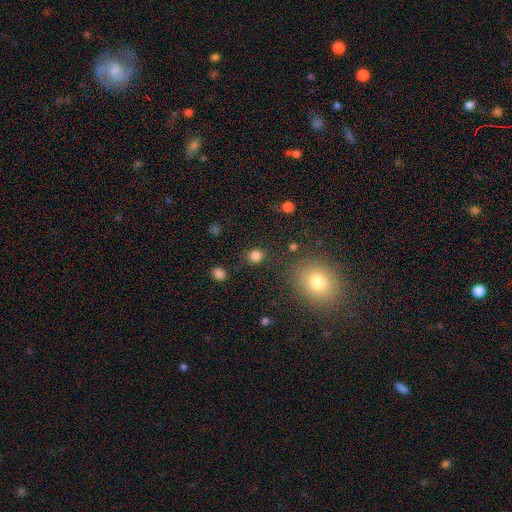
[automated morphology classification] The model was most divided on "how rounded": round: 73%, in between: 26%, cigar-shaped: 1%. More confident: merging — none (84%); smooth or featured — smooth (83%).